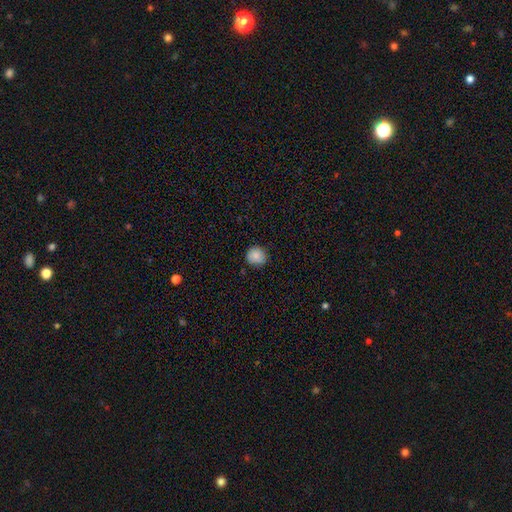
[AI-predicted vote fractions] Smooth or featured?
  - smooth: 86% *
  - star or artifact: 9%
  - featured or disk: 5%
How rounded?
  - round: 85% *
  - in between: 14%
  - cigar-shaped: 1%
Merging?
  - none: 83% *
  - minor disturbance: 13%
  - major disturbance: 2%
  - merger: 1%